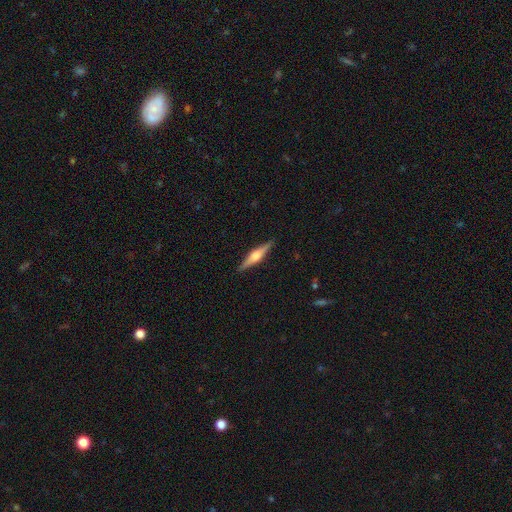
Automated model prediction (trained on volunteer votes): Morphology: type=featured or disk (72%); edge-on=yes (98%); edge-on bulge=rounded (87%); merging=none (91%).